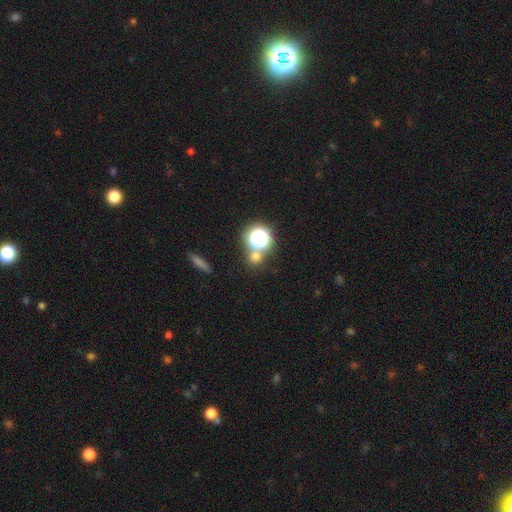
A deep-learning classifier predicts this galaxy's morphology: Overall: smooth (61%; star or artifact 31%). How rounded: round (87%). Merging: none (68%).